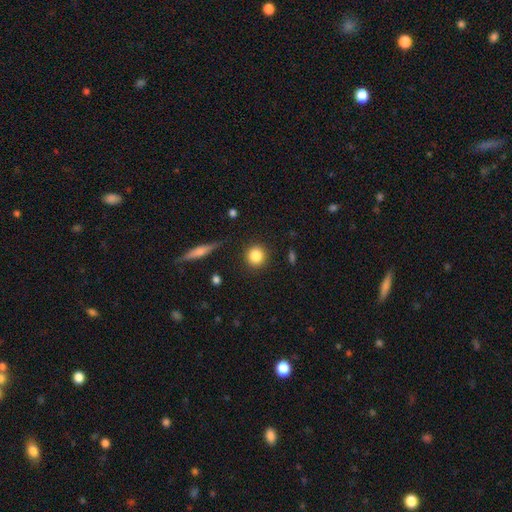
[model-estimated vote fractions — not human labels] This is clearly a smooth galaxy (84%). How rounded: clearly round (88%). Merging: clearly none (88%).